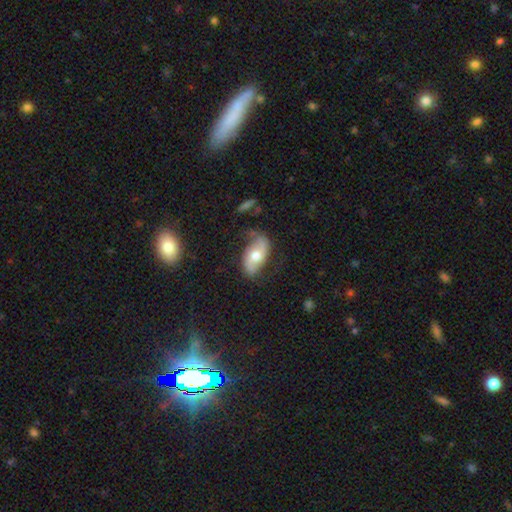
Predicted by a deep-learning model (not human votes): This is possibly a featured or disk galaxy (56%). It is clearly not viewed edge-on (90%). Bar: possibly no (59%). Spiral arm pattern: likely yes (78%). Central bulge: likely moderate (73%). Merging: likely none (68%).